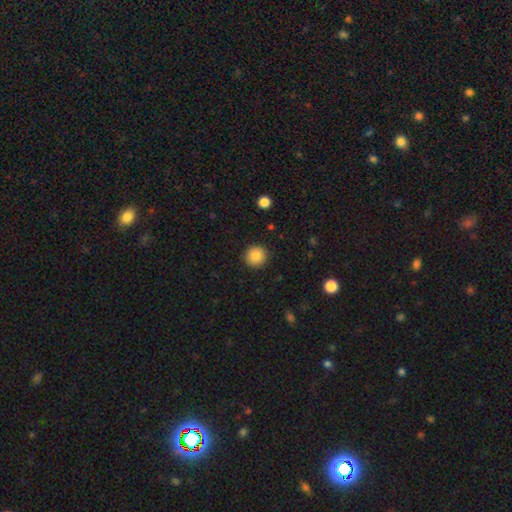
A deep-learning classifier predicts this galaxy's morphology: A smooth galaxy with no disk features (87%) that is round (94%). Merging: none (92%).